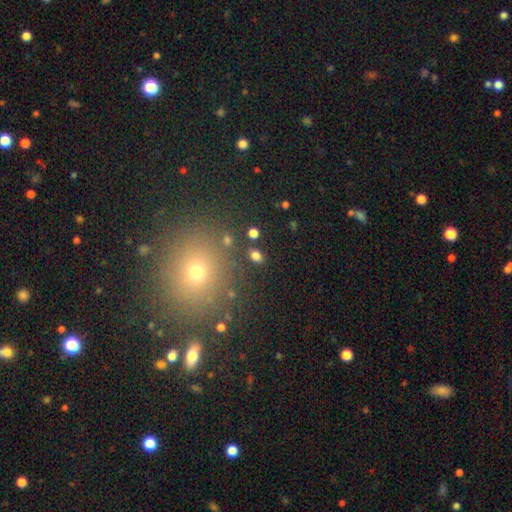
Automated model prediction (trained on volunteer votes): Q: Smooth or featured?
A: smooth (78%); runner-up: star or artifact (15%)
Q: How rounded?
A: in between (67%); runner-up: round (31%)
Q: Merging?
A: none (85%); runner-up: minor disturbance (8%)